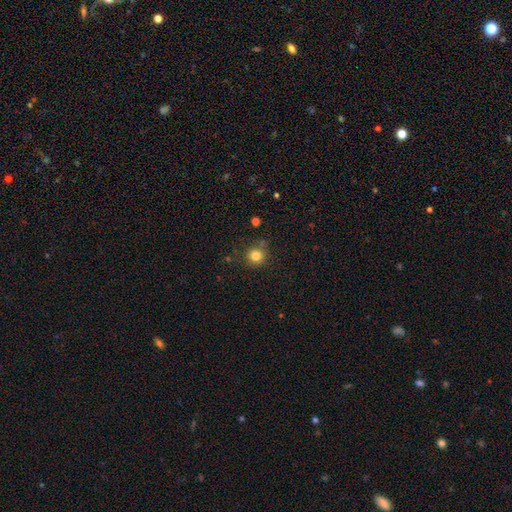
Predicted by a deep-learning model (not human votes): Smooth or featured: smooth — 82% (star or artifact — 13%)
How rounded: round — 93% (in between — 6%)
Merging: none — 80% (minor disturbance — 12%)